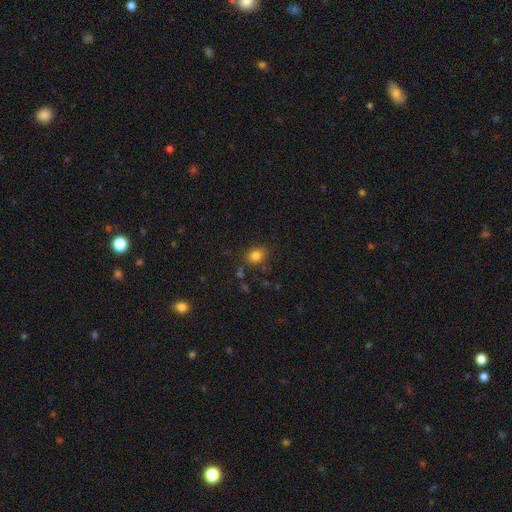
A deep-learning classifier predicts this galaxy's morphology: smooth 82%, star or artifact 12%, featured or disk 6%. Down the decision tree: how rounded — round (64%); merging — none (82%).